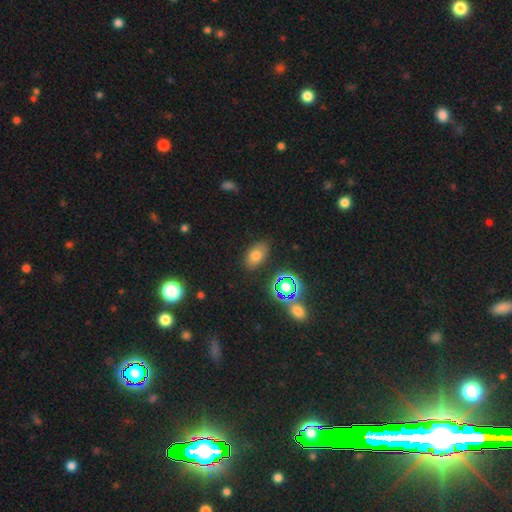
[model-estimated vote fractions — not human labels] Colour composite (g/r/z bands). It shows a smooth galaxy with no disk features (69%) that is in between round and cigar-shaped (87%). Merging: none (83%).